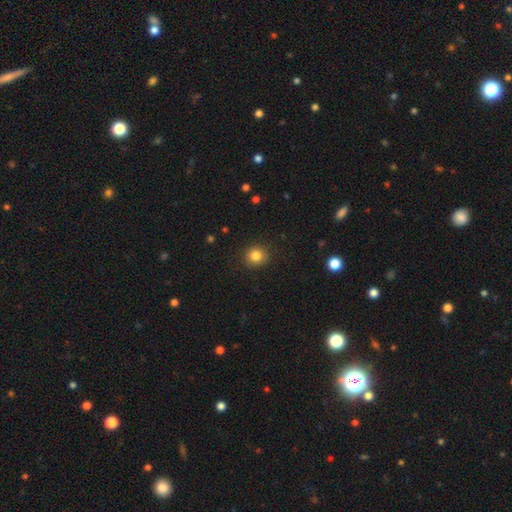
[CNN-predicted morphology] smooth-or-featured: smooth: 84% | star or artifact: 11% | featured or disk: 5%
  how-rounded: round: 87% | in between: 12% | cigar-shaped: 1%
  merging: none: 89% | minor disturbance: 7% | major disturbance: 2% | merger: 1%